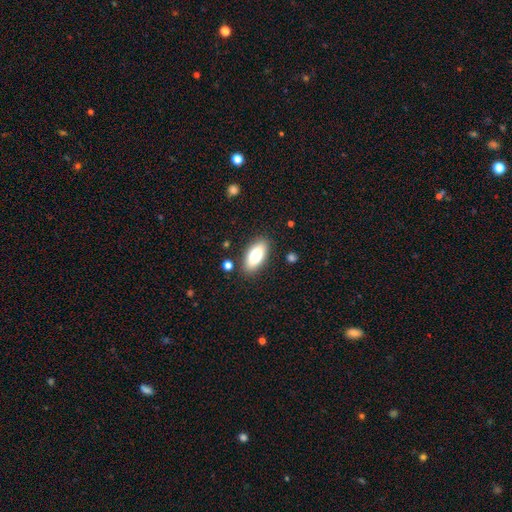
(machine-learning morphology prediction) Overall: smooth (79%). How rounded: in between (87%). Merging: none (85%).